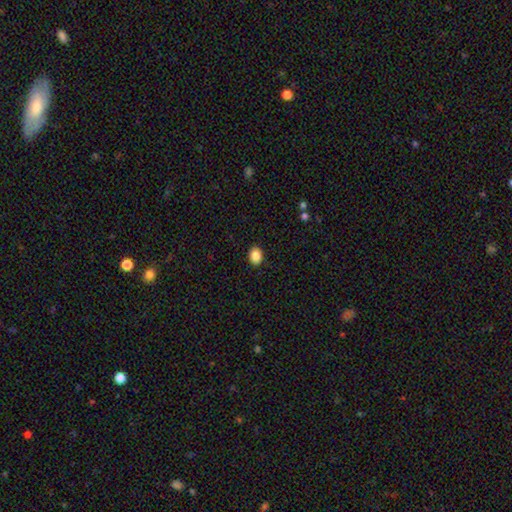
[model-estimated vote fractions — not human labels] A smooth galaxy with no disk features (88%) that is in between round and cigar-shaped (67%). Merging: none (90%).